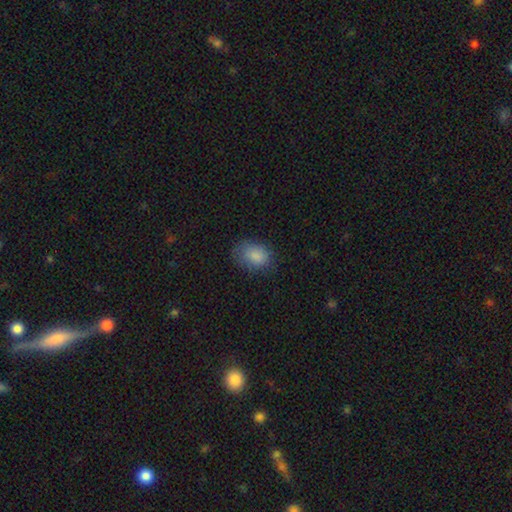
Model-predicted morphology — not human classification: Smooth or featured: smooth — 85% (star or artifact — 8%)
How rounded: in between — 73% (round — 26%)
Merging: none — 68% (minor disturbance — 23%)